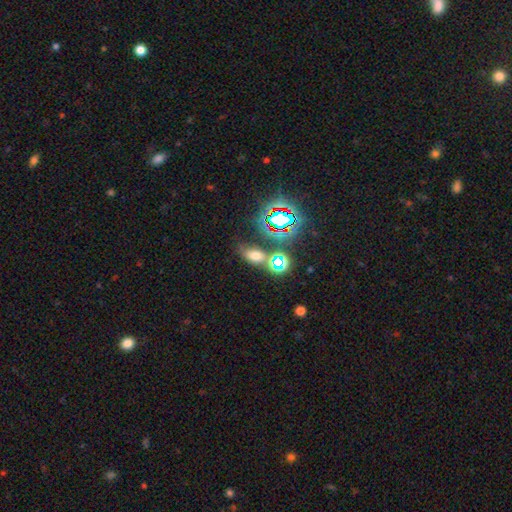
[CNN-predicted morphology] Overall: smooth (53%; star or artifact 34%). How rounded: in between (82%). Merging: none (61%).